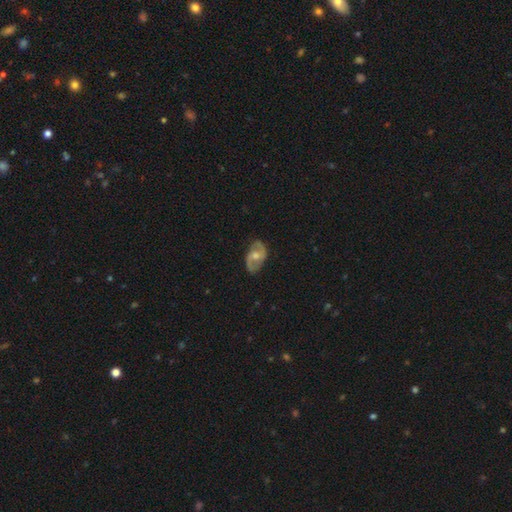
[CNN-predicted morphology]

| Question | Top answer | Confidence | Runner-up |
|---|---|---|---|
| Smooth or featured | featured or disk | 76% | smooth (19%) |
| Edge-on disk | no | 96% | yes (4%) |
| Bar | no | 48% | weak (42%) |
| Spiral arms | yes | 88% | no (12%) |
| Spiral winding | medium | 49% | loose (32%) |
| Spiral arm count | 2 | 89% | can't tell (6%) |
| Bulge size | moderate | 66% | small (23%) |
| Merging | none | 79% | minor disturbance (15%) |